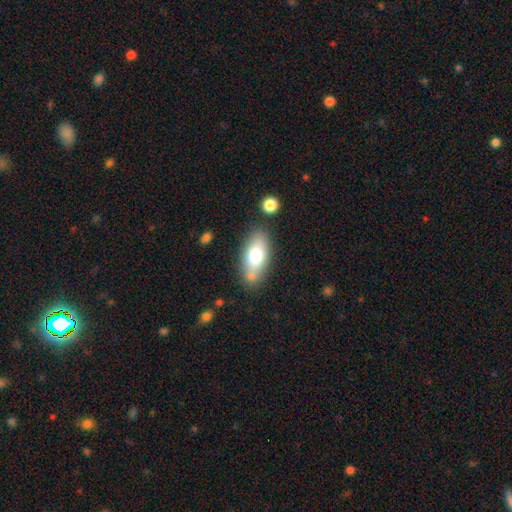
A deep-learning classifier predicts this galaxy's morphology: Smooth or featured? Predicted: smooth (p=0.71). How rounded? Predicted: in between (p=0.87). Merging? Predicted: none (p=0.73).